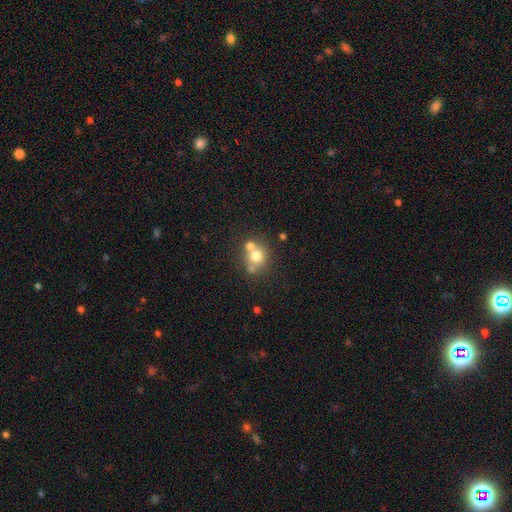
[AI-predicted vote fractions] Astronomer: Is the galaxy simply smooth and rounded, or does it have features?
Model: smooth — 69%.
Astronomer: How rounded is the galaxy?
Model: round — 83%.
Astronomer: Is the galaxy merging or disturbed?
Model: none — 48% (runner-up: merger, 39%).